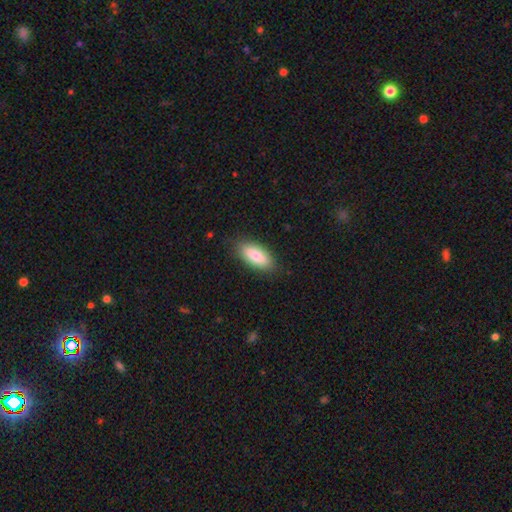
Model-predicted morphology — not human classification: A smooth galaxy with no disk features (80%) that is in between round and cigar-shaped (83%).

Vote fractions:
- Smooth or featured? smooth: 80% / featured or disk: 14% / star or artifact: 6%
- How rounded? in between: 83% / cigar-shaped: 14% / round: 2%
- Merging? none: 86% / minor disturbance: 11% / major disturbance: 2% / merger: 1%